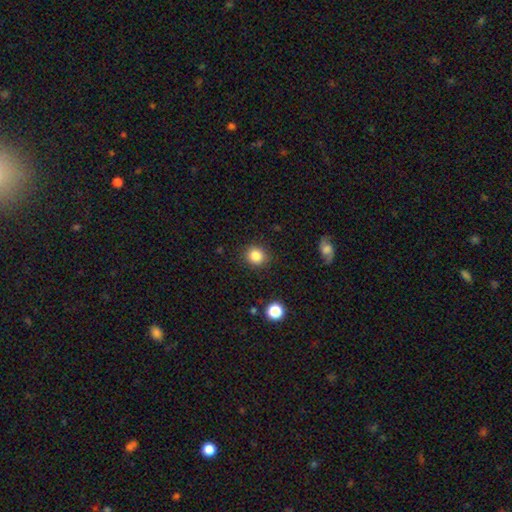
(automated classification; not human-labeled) Smooth or featured?
  - smooth: 85% *
  - star or artifact: 11%
  - featured or disk: 5%
How rounded?
  - round: 82% *
  - in between: 17%
  - cigar-shaped: 1%
Merging?
  - none: 88% *
  - minor disturbance: 8%
  - major disturbance: 2%
  - merger: 1%